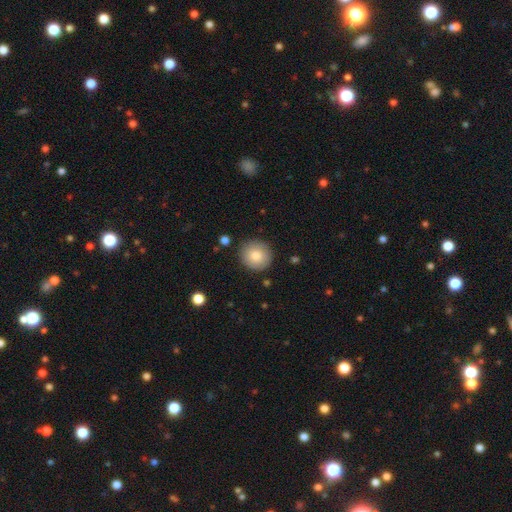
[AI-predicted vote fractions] A smooth galaxy with no disk features (81%) that is round (92%).

Vote fractions:
- Smooth or featured? smooth: 81% / featured or disk: 11% / star or artifact: 8%
- How rounded? round: 92% / in between: 7% / cigar-shaped: 1%
- Merging? none: 88% / minor disturbance: 9% / major disturbance: 2% / merger: 1%